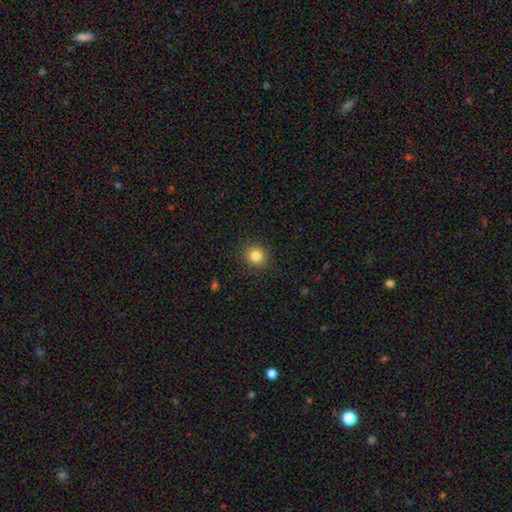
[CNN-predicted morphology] smooth-or-featured: smooth: 83% | star or artifact: 11% | featured or disk: 5%
  how-rounded: round: 89% | in between: 10% | cigar-shaped: 1%
  merging: none: 90% | minor disturbance: 6% | major disturbance: 2% | merger: 1%